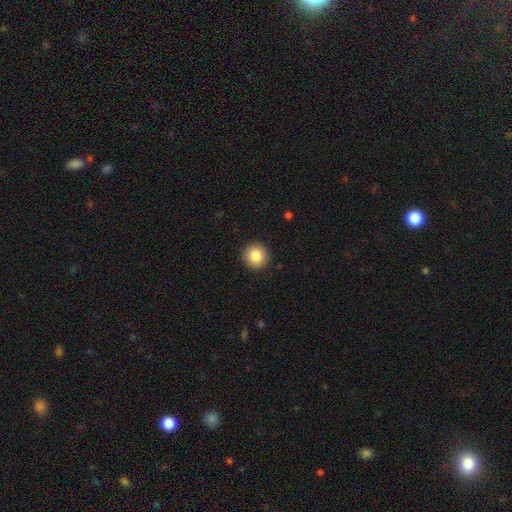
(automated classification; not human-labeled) smooth 84%, star or artifact 9%, featured or disk 7%. Down the decision tree: how rounded — round (95%); merging — none (92%).